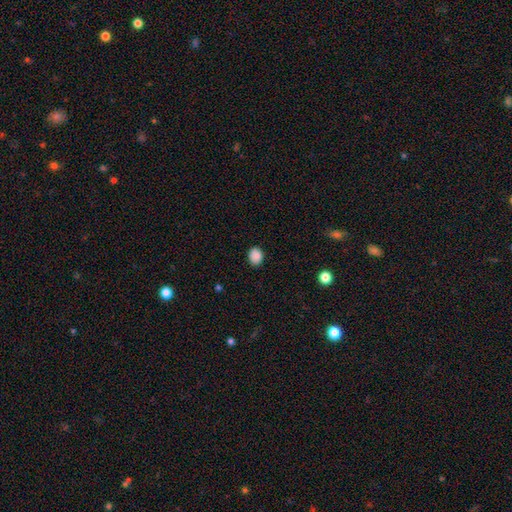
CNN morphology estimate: This appears to be a smooth galaxy with no disk features (88%) that is in between round and cigar-shaped (52%). Merging: none (86%).